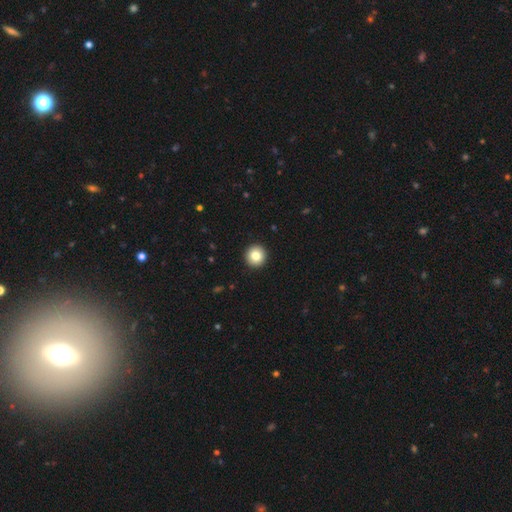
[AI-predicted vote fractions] Smooth or featured?
  - smooth: 83% *
  - star or artifact: 9%
  - featured or disk: 8%
How rounded?
  - round: 95% *
  - in between: 4%
  - cigar-shaped: 1%
Merging?
  - none: 94% *
  - minor disturbance: 4%
  - major disturbance: 1%
  - merger: 1%